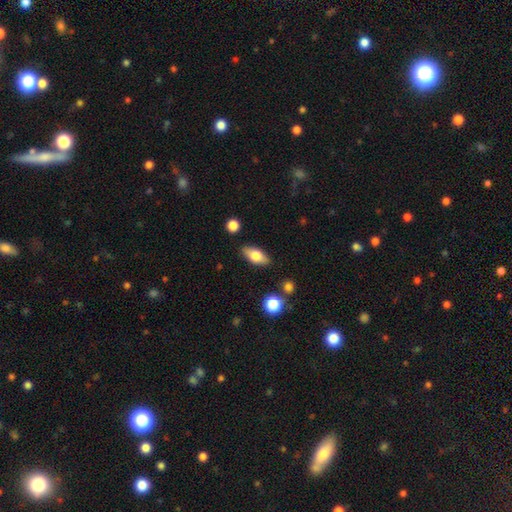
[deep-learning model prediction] Smooth or featured? smooth (70%)
How rounded? in between (85%)
Merging? none (84%)